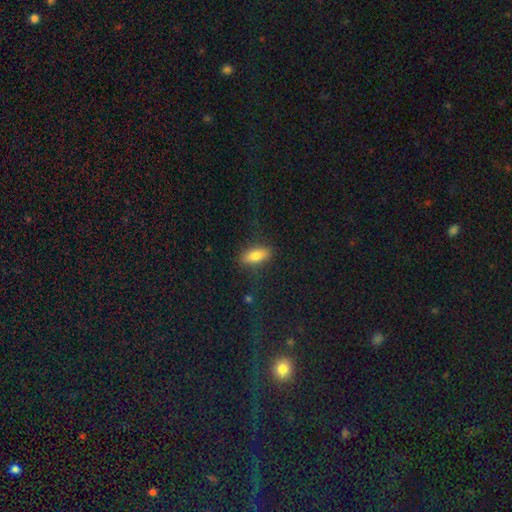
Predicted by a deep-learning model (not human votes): smooth_or_featured: smooth (p=0.78) [alt: featured or disk p=0.14]
how_rounded: in between (p=0.75) [alt: cigar-shaped p=0.22]
merging: none (p=0.82) [alt: minor disturbance p=0.12]